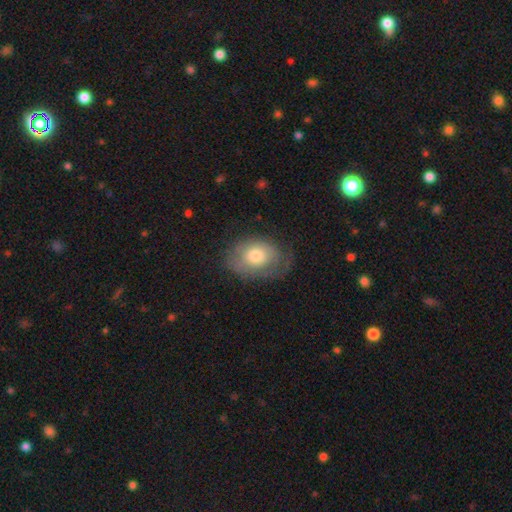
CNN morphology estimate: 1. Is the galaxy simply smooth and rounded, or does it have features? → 61% smooth, 32% featured or disk, 7% star or artifact.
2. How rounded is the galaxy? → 72% in between, 27% round, 1% cigar-shaped.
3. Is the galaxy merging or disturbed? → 59% none, 26% minor disturbance, 14% major disturbance, 1% merger.